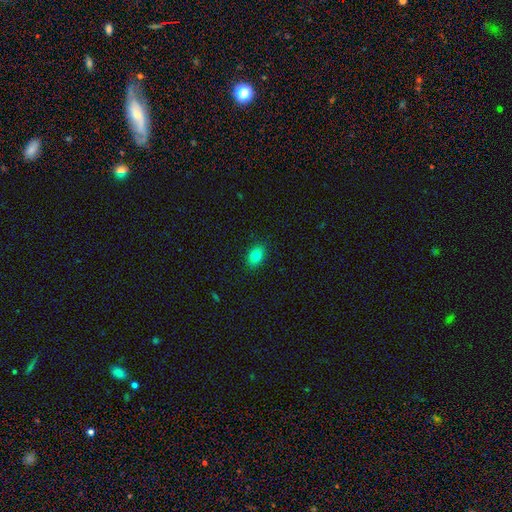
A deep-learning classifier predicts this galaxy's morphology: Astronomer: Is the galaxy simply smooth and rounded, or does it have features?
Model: smooth — 82%.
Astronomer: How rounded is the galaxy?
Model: in between — 80%.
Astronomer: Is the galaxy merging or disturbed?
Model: none — 88%.